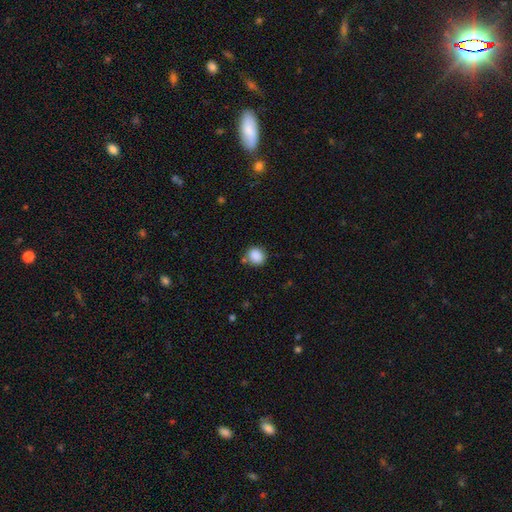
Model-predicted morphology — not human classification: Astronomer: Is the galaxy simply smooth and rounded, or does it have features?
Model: smooth — 87%.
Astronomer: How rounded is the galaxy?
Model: round — 79%.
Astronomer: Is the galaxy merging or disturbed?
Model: none — 76%.